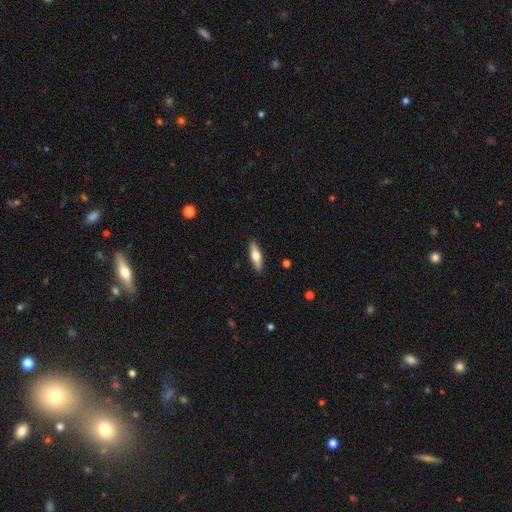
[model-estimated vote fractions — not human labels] Smooth or featured? smooth (59%)
How rounded? cigar-shaped (58%)
Merging? none (90%)